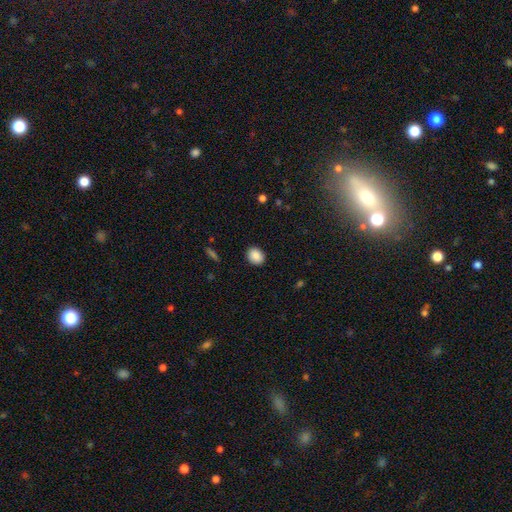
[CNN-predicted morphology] type=smooth (88%); roundness=round (50%); merging=none (89%).